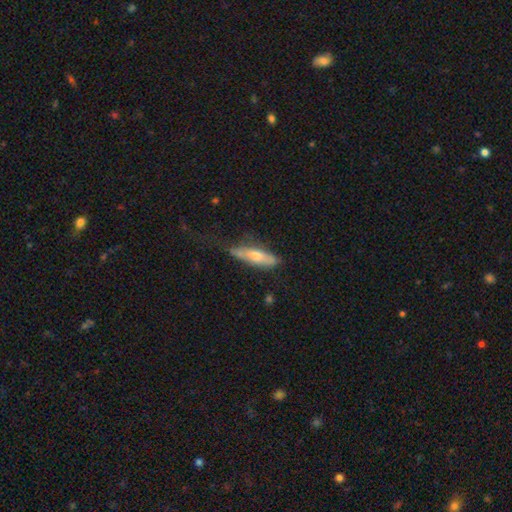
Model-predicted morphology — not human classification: Q: Smooth or featured?
A: smooth (55%); runner-up: featured or disk (39%)
Q: How rounded?
A: cigar-shaped (60%); runner-up: in between (38%)
Q: Merging?
A: none (54%); runner-up: minor disturbance (30%)